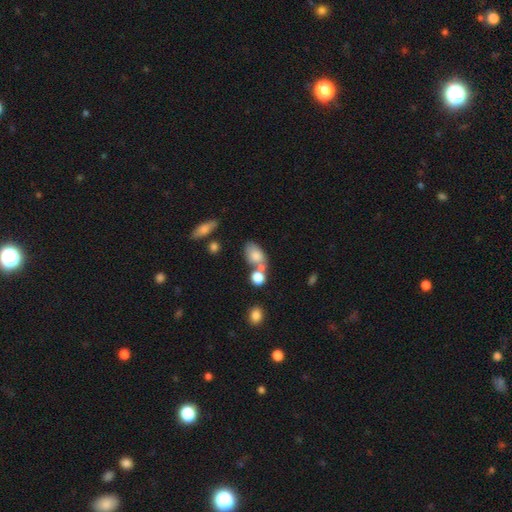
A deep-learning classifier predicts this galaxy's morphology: Q: Smooth or featured?
A: smooth (75%); runner-up: featured or disk (15%)
Q: How rounded?
A: in between (81%); runner-up: round (16%)
Q: Merging?
A: none (44%); runner-up: merger (34%)